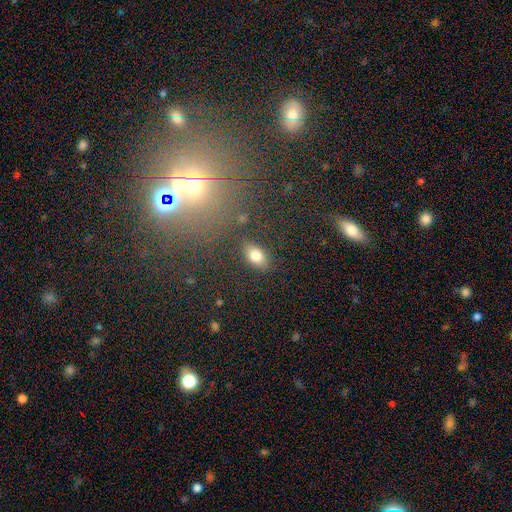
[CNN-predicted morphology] smooth_or_featured: smooth (p=0.80) [alt: star or artifact p=0.10]
how_rounded: in between (p=0.84) [alt: round p=0.13]
merging: none (p=0.84) [alt: minor disturbance p=0.10]